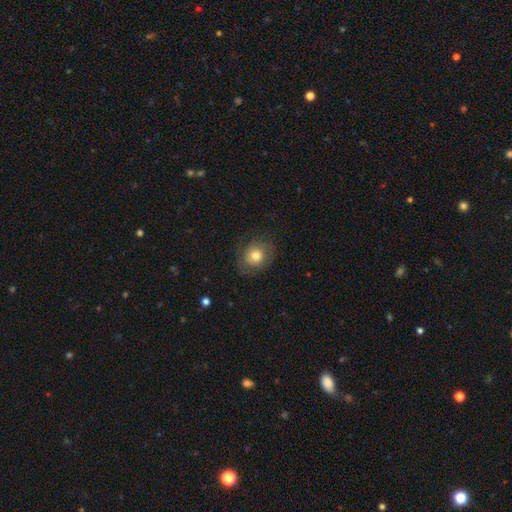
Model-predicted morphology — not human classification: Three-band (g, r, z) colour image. It shows a smooth galaxy with no disk features (67%) that is round (73%). Merging: none (74%).